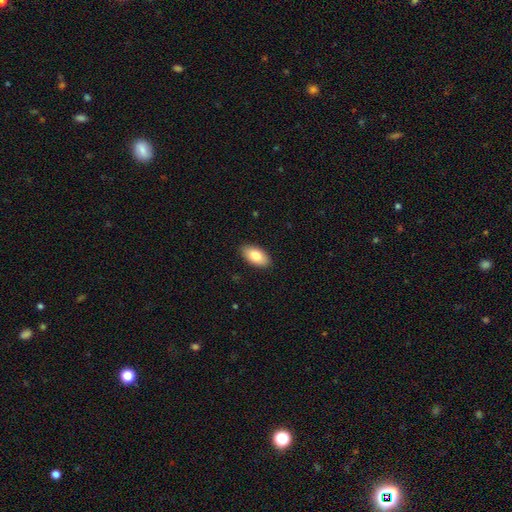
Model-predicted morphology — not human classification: A smooth galaxy with no disk features (82%) that is in between round and cigar-shaped (94%). Merging: none (89%).